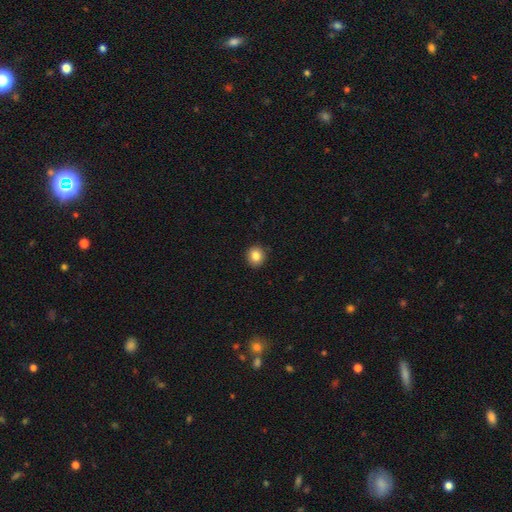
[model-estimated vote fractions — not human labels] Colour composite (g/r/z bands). It shows a smooth galaxy with no disk features (84%) that is round (88%). Merging: none (92%).